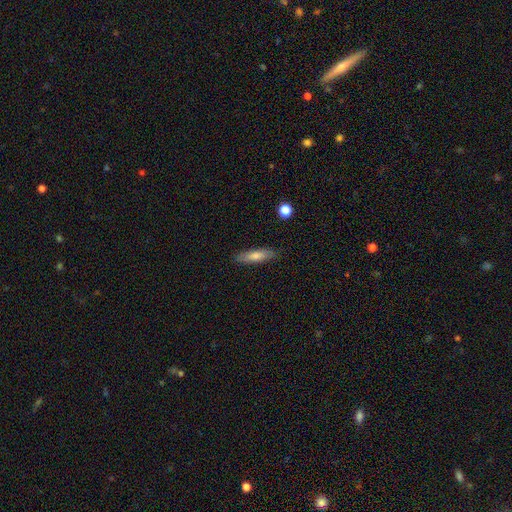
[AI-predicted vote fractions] smooth_or_featured: smooth (p=0.71) [alt: featured or disk p=0.22]
how_rounded: cigar-shaped (p=0.73) [alt: in between p=0.25]
merging: none (p=0.87) [alt: minor disturbance p=0.10]